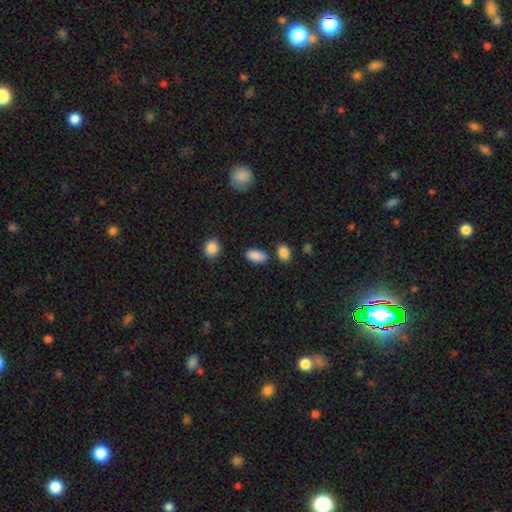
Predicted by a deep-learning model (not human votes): Smooth or featured? Predicted: smooth (p=0.88). How rounded? Predicted: in between (p=0.92). Merging? Predicted: none (p=0.81).